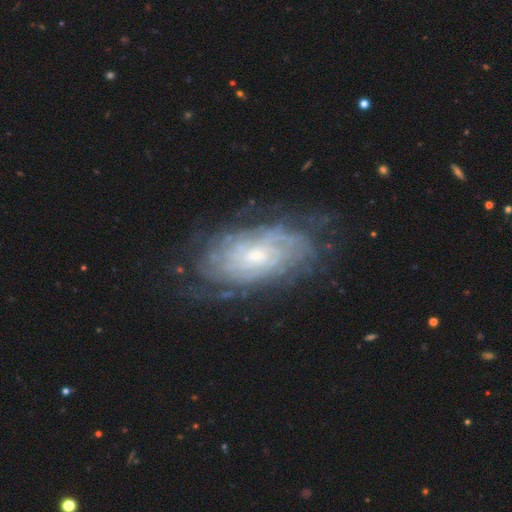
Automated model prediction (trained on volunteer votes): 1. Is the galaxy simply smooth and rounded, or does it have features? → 82% featured or disk, 11% smooth, 7% star or artifact.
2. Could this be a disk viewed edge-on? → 94% no, 6% yes.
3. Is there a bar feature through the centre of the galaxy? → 70% no, 24% weak, 5% strong.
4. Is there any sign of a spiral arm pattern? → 93% yes, 7% no.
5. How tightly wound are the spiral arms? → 76% tight, 19% medium, 5% loose.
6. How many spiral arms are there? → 54% can't tell, 12% more than 4, 11% 4, 10% 2, 8% 3, 5% 1.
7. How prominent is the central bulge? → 56% small, 37% moderate, 3% large, 3% none, 1% dominant.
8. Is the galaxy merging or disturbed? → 72% none, 18% minor disturbance, 9% major disturbance, 2% merger.